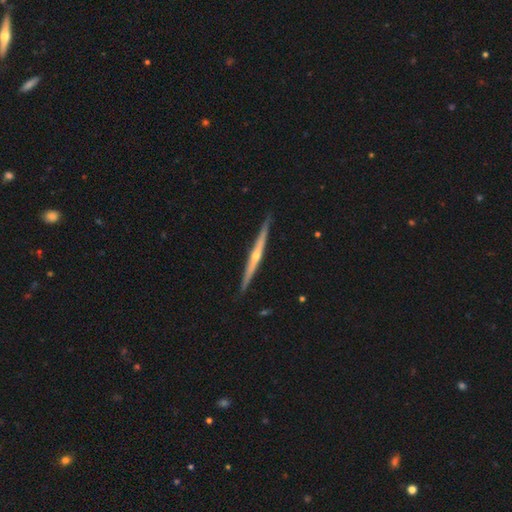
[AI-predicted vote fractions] Morphology: type=featured or disk (78%); edge-on=yes (98%); edge-on bulge=rounded (78%); merging=none (90%).